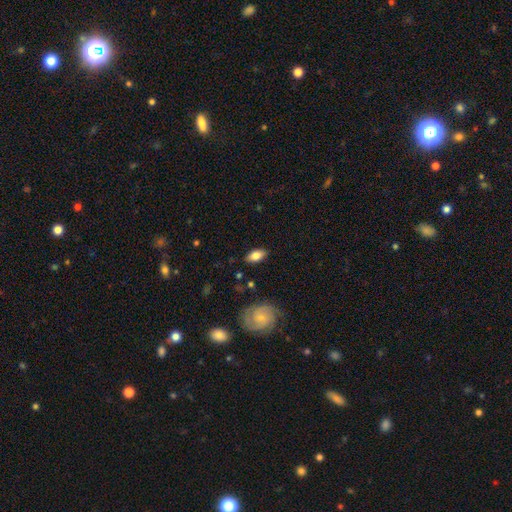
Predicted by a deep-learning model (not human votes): The model was most divided on "smooth or featured": smooth: 75%, featured or disk: 18%, star or artifact: 7%. More confident: how rounded — in between (89%); merging — none (84%).